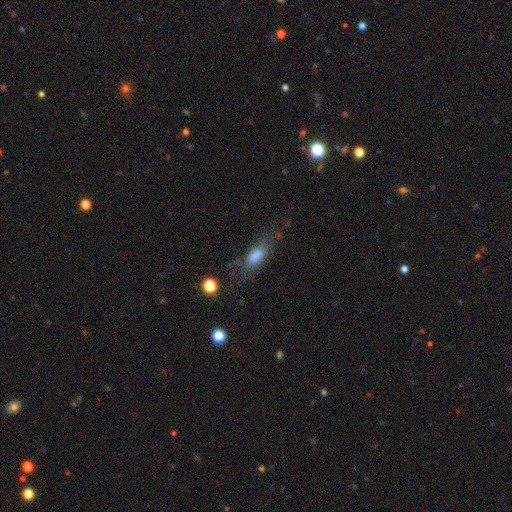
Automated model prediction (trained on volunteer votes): Overall: smooth (73%). How rounded: in between (71%). Merging: none (60%; minor disturbance 23%).